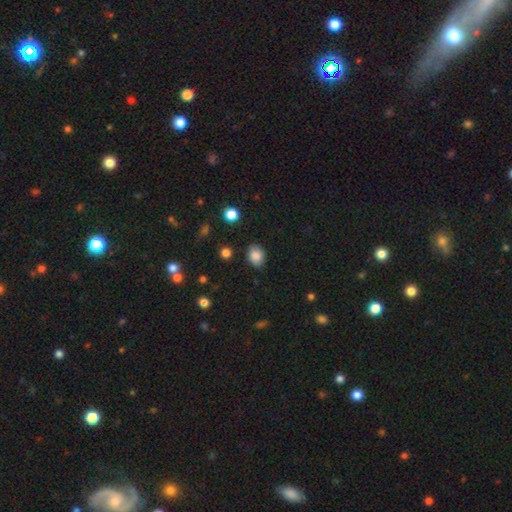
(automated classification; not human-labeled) smooth-or-featured: smooth: 85% | star or artifact: 9% | featured or disk: 6%
  how-rounded: in between: 65% | round: 34% | cigar-shaped: 1%
  merging: none: 84% | minor disturbance: 12% | major disturbance: 3% | merger: 2%